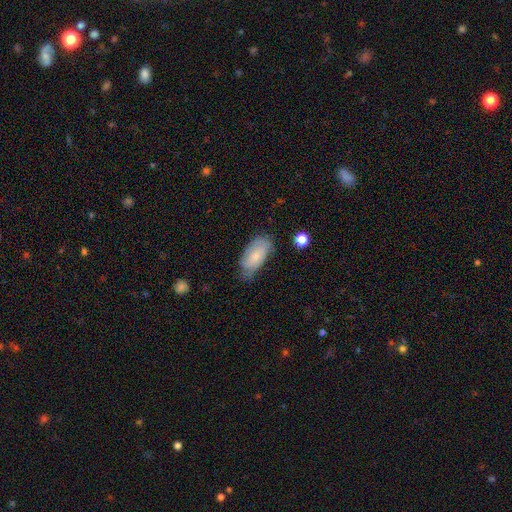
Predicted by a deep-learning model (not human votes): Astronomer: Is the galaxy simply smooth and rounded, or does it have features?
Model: smooth — 61%.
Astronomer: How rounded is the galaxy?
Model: in between — 91%.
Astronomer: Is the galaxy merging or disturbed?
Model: none — 59%.